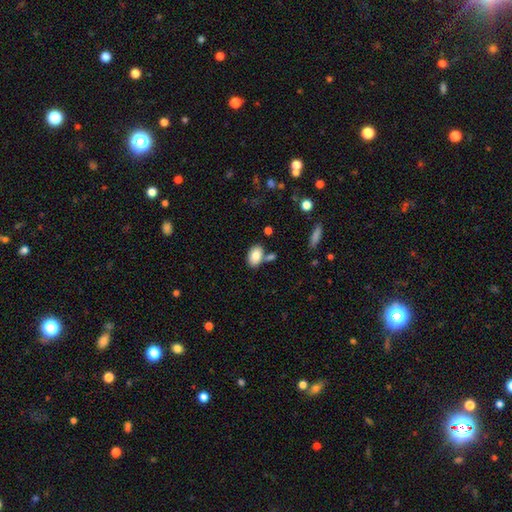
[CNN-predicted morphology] smooth 84%, featured or disk 9%, star or artifact 7%. Down the decision tree: how rounded — in between (90%); merging — none (69%).